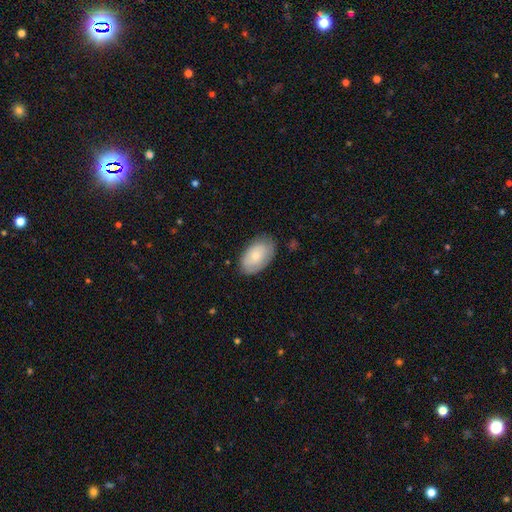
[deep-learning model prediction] A smooth galaxy with no disk features (70%) that is in between round and cigar-shaped (93%).

Vote fractions:
- Smooth or featured? smooth: 70% / featured or disk: 24% / star or artifact: 6%
- How rounded? in between: 93% / round: 5% / cigar-shaped: 1%
- Merging? none: 76% / minor disturbance: 18% / major disturbance: 4% / merger: 1%